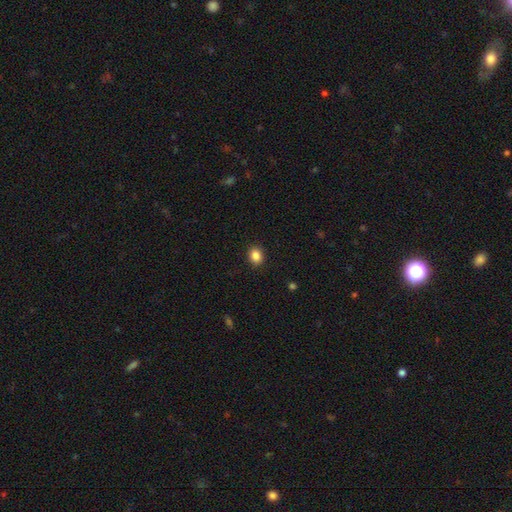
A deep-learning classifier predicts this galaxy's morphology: smooth-or-featured: smooth: 87% | star or artifact: 10% | featured or disk: 4%
  how-rounded: round: 58% | in between: 41% | cigar-shaped: 1%
  merging: none: 90% | minor disturbance: 7% | major disturbance: 2% | merger: 1%